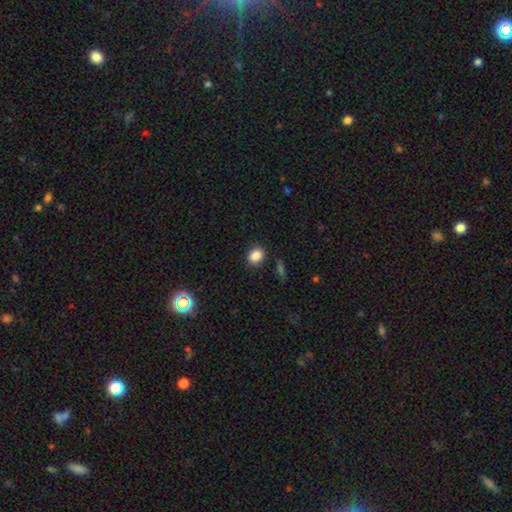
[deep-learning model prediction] smooth-or-featured: smooth: 86% | star or artifact: 10% | featured or disk: 4%
  how-rounded: round: 56% | in between: 43% | cigar-shaped: 1%
  merging: none: 87% | minor disturbance: 9% | major disturbance: 3% | merger: 2%